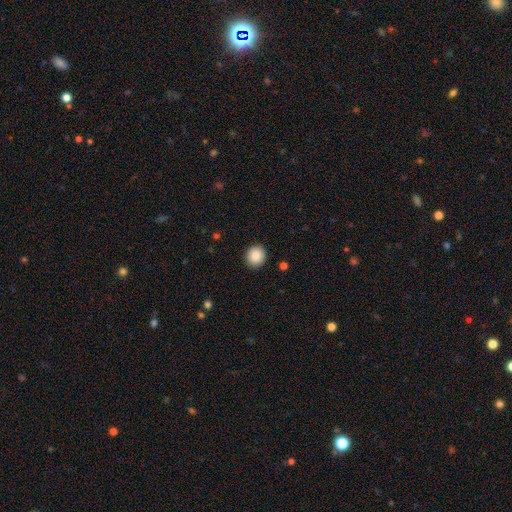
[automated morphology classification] smooth_or_featured: smooth (p=0.88) [alt: star or artifact p=0.08]
how_rounded: round (p=0.88) [alt: in between p=0.11]
merging: none (p=0.91) [alt: minor disturbance p=0.06]